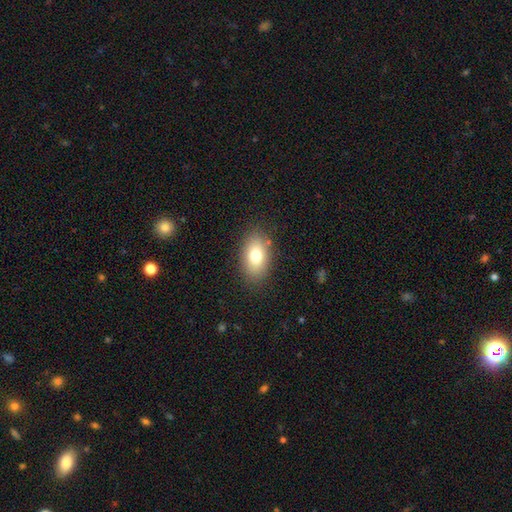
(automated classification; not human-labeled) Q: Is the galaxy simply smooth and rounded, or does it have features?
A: smooth — 79%.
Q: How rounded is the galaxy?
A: in between — 89%.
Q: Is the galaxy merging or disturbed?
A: none — 85%.